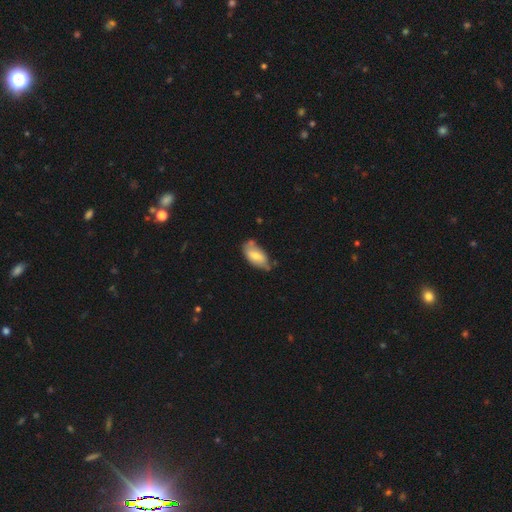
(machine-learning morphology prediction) Overall: smooth (68%). How rounded: in between (92%). Merging: none (49%; minor disturbance 34%).